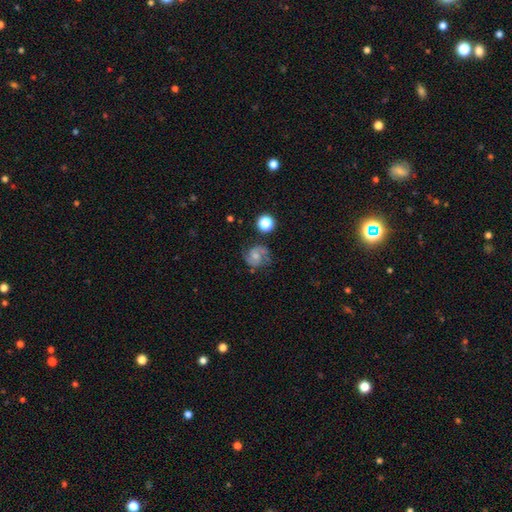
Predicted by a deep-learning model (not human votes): featured or disk 69%, smooth 21%, star or artifact 10%. Down the decision tree: edge-on disk — no (98%); bar — no (59%); spiral arms — yes (94%); spiral arm count — 2 (85%); spiral winding — medium (51%); bulge size — small (40%); merging — none (67%).